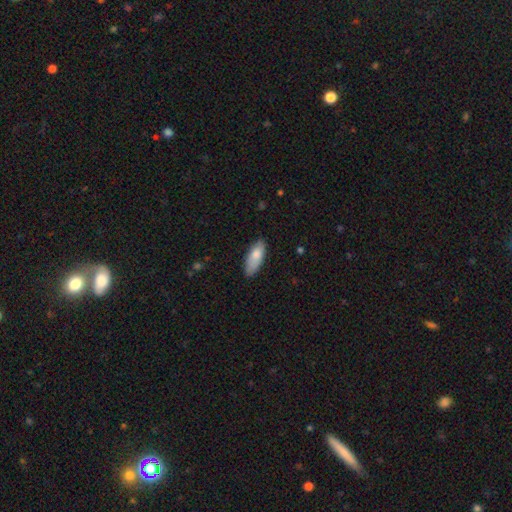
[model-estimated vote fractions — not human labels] Smooth or featured? smooth (81%)
How rounded? in between (77%)
Merging? none (78%)